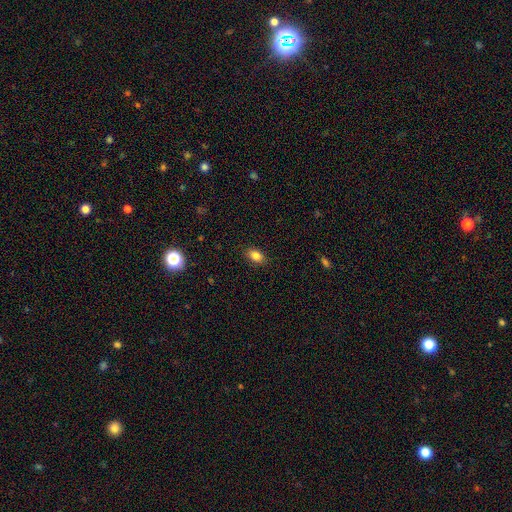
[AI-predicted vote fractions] Smooth or featured: smooth — 84% (star or artifact — 10%)
How rounded: in between — 83% (round — 15%)
Merging: none — 87% (minor disturbance — 9%)